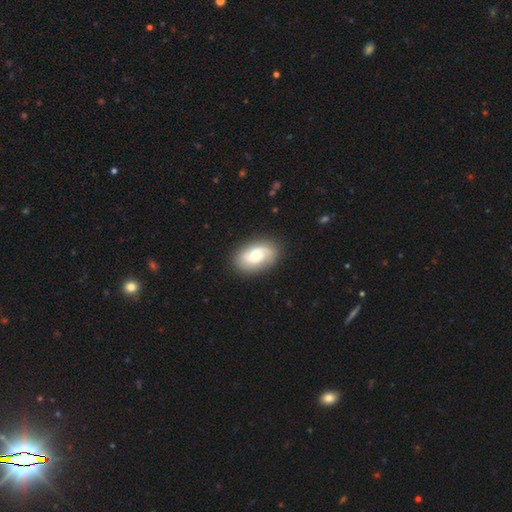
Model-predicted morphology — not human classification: Smooth or featured?
  - featured or disk: 52% *
  - smooth: 41%
  - star or artifact: 7%
Edge-on disk?
  - no: 95% *
  - yes: 5%
Merging?
  - none: 82% *
  - minor disturbance: 13%
  - major disturbance: 4%
  - merger: 1%